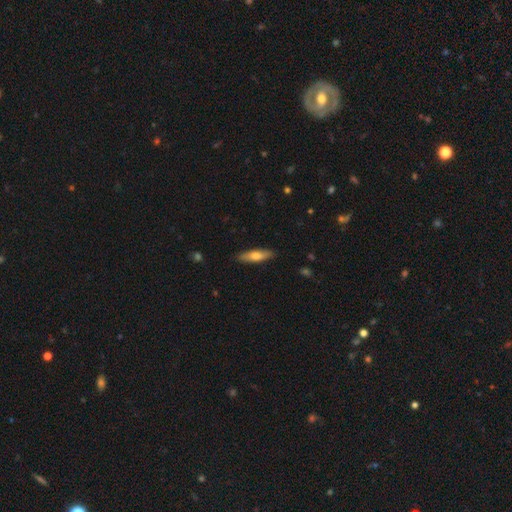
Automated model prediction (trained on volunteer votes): Smooth or featured: smooth — 64% (featured or disk — 30%)
How rounded: cigar-shaped — 69% (in between — 30%)
Merging: none — 88% (minor disturbance — 9%)